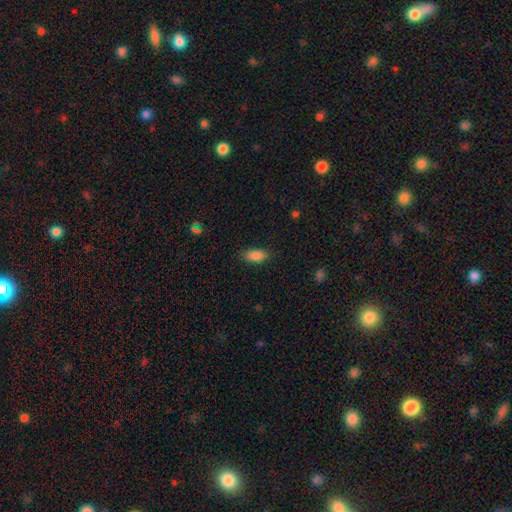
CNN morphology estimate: A smooth galaxy with no disk features (88%) that is in between round and cigar-shaped (89%). Merging: none (84%).